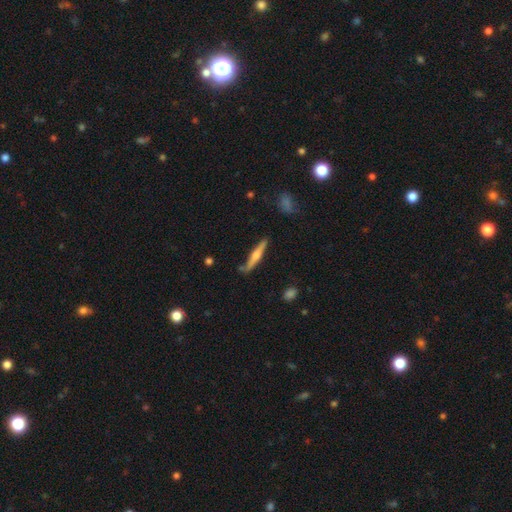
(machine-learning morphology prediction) type=featured or disk (59%); edge-on=yes (97%); edge-on bulge=rounded (83%); merging=none (82%).